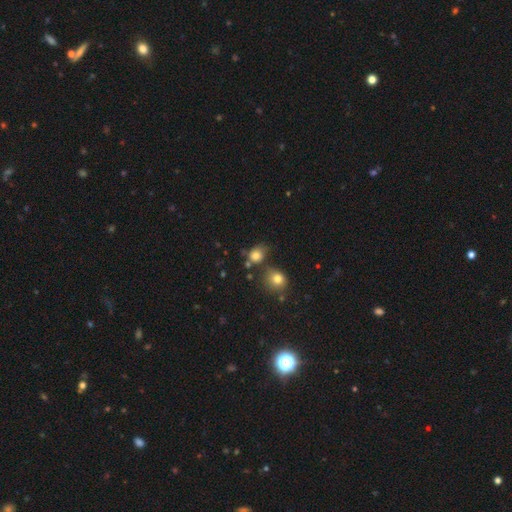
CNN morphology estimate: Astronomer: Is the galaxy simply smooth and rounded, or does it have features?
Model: smooth — 78%.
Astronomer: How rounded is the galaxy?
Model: round — 66%.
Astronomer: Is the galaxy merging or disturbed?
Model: none — 55%.